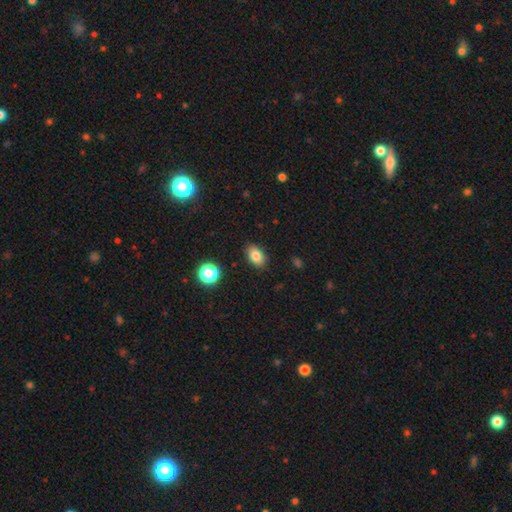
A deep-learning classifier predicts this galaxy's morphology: A smooth galaxy with no disk features (82%) that is in between round and cigar-shaped (83%).

Vote fractions:
- Smooth or featured? smooth: 82% / star or artifact: 10% / featured or disk: 8%
- How rounded? in between: 83% / round: 15% / cigar-shaped: 2%
- Merging? none: 87% / minor disturbance: 9% / major disturbance: 2% / merger: 1%